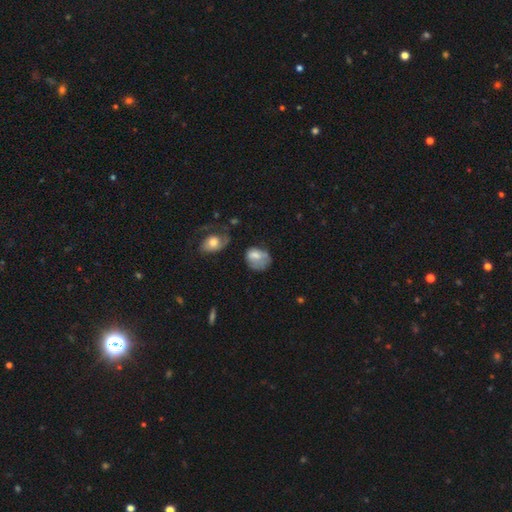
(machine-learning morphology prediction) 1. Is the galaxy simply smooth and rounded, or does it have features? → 66% smooth, 26% featured or disk, 8% star or artifact.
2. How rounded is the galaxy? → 58% in between, 41% round, 1% cigar-shaped.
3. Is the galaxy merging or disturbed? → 35% none, 31% minor disturbance, 28% major disturbance, 7% merger.